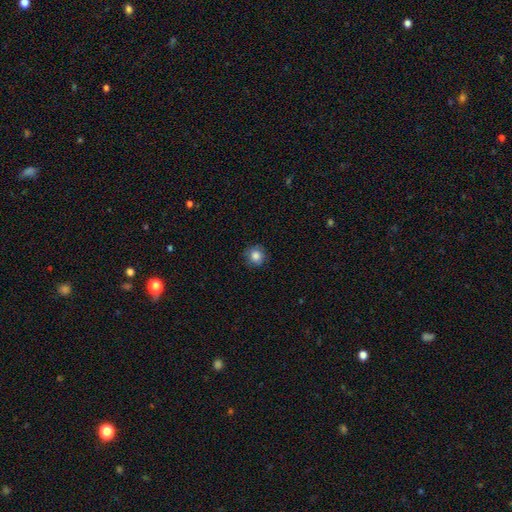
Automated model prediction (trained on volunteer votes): smooth 84%, star or artifact 10%, featured or disk 6%. Down the decision tree: how rounded — round (91%); merging — none (84%).